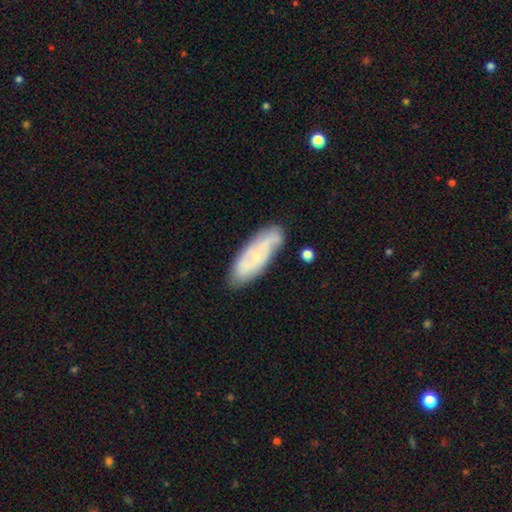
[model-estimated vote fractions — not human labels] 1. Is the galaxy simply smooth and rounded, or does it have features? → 59% featured or disk, 34% smooth, 7% star or artifact.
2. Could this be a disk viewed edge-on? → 85% no, 15% yes.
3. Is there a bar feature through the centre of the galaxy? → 69% no, 25% weak, 6% strong.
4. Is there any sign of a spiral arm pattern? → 79% yes, 21% no.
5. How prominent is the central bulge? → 72% small, 20% moderate, 6% none, 1% large, 1% dominant.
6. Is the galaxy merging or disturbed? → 77% none, 17% minor disturbance, 4% major disturbance, 3% merger.